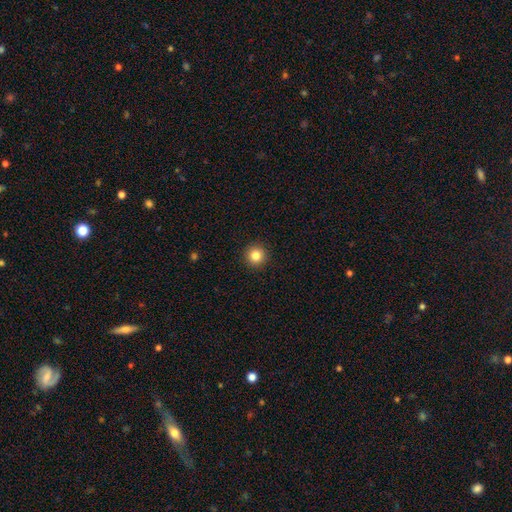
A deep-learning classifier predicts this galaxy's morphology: A smooth galaxy with no disk features (84%) that is round (95%). Merging: none (93%).